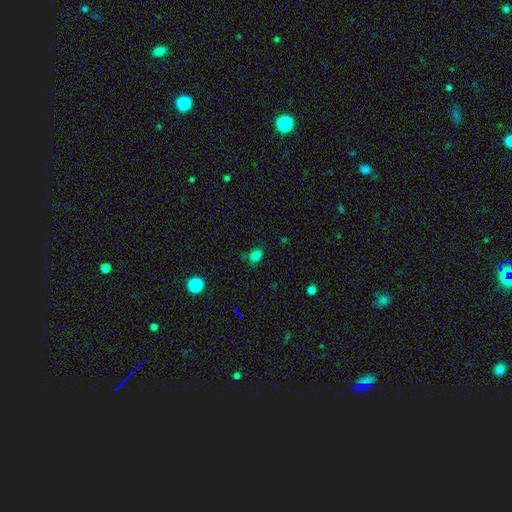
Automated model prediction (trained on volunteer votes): smooth 79%, star or artifact 16%, featured or disk 5%. Down the decision tree: how rounded — in between (68%); merging — none (74%).